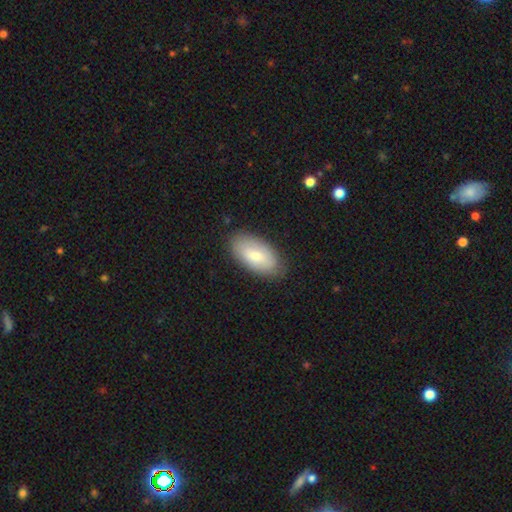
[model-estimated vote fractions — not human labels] smooth 74%, featured or disk 20%, star or artifact 6%. Down the decision tree: how rounded — in between (94%); merging — none (84%).